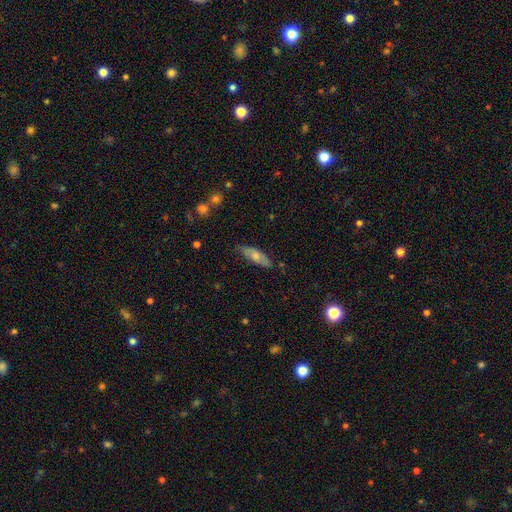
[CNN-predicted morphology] smooth-or-featured: smooth: 62% | featured or disk: 32% | star or artifact: 6%
  how-rounded: in between: 56% | cigar-shaped: 42% | round: 2%
  merging: none: 75% | minor disturbance: 20% | major disturbance: 3% | merger: 2%